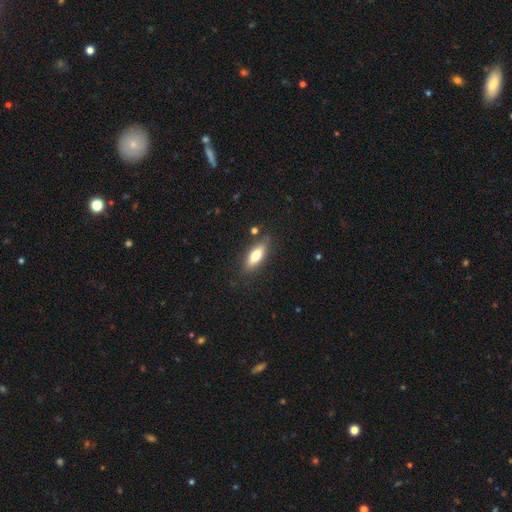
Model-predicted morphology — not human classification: Smooth or featured: smooth — 72% (featured or disk — 22%)
How rounded: in between — 67% (cigar-shaped — 31%)
Merging: none — 83% (minor disturbance — 12%)